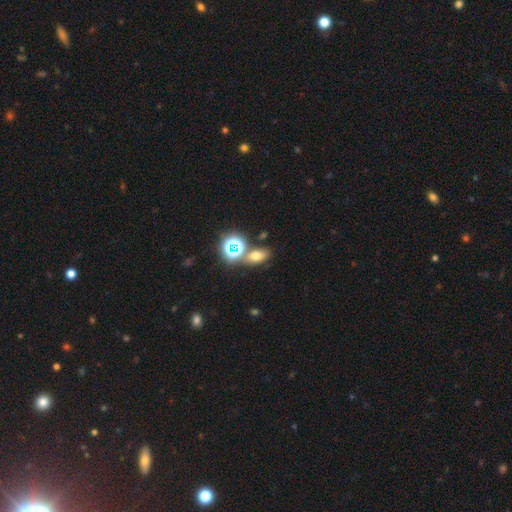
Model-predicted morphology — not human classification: smooth 56%, star or artifact 31%, featured or disk 13%. Down the decision tree: how rounded — in between (75%); merging — none (69%).